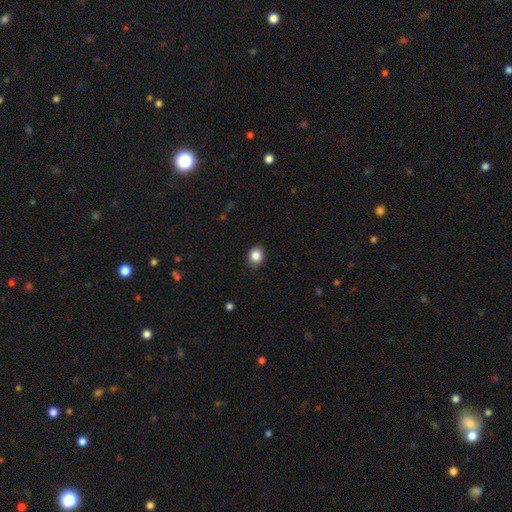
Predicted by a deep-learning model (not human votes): This appears to be a smooth galaxy with no disk features (86%) that is round (60%). Merging: none (85%).